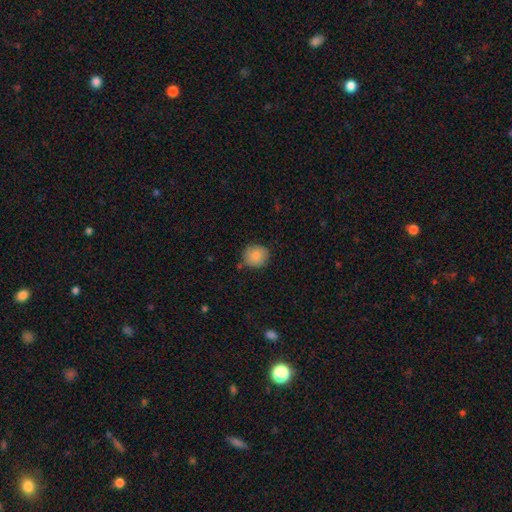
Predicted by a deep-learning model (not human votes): smooth 86%, star or artifact 8%, featured or disk 6%. Down the decision tree: how rounded — round (85%); merging — none (77%).